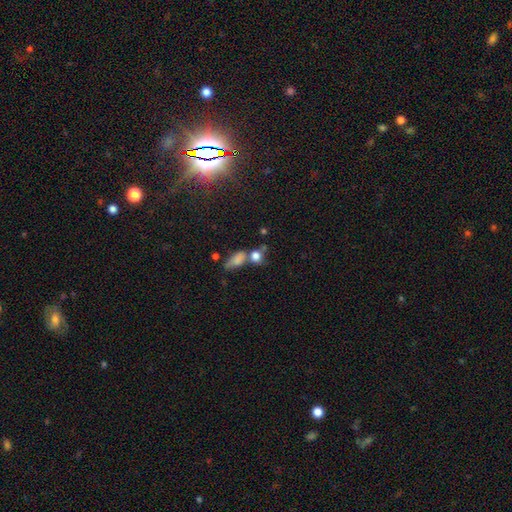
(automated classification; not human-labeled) Smooth or featured? Predicted: smooth (p=0.76). How rounded? Predicted: round (p=0.55). Merging? Predicted: merger (p=0.43).